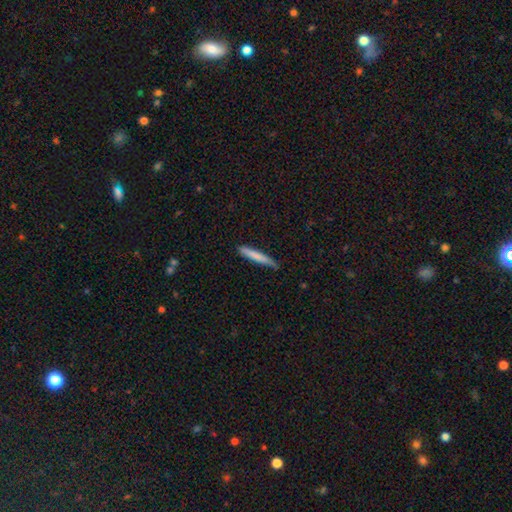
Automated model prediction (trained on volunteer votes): Smooth or featured? Predicted: smooth (p=0.75). How rounded? Predicted: cigar-shaped (p=0.94). Merging? Predicted: none (p=0.73).